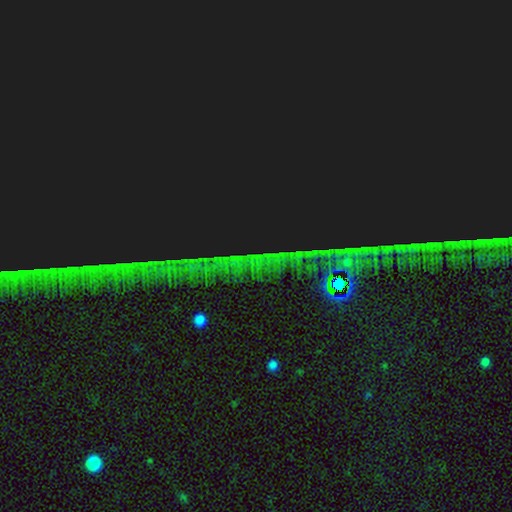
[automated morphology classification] star or artifact 85%, featured or disk 8%, smooth 7%.